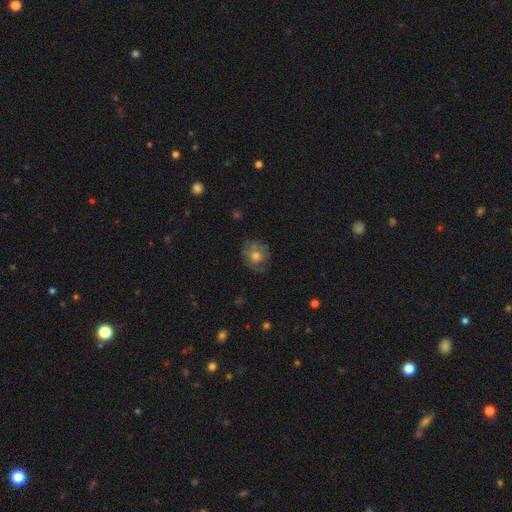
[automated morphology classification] Smooth or featured?
  - smooth: 53% *
  - featured or disk: 38%
  - star or artifact: 9%
How rounded?
  - round: 77% *
  - in between: 22%
  - cigar-shaped: 1%
Merging?
  - none: 63% *
  - minor disturbance: 25%
  - major disturbance: 11%
  - merger: 2%